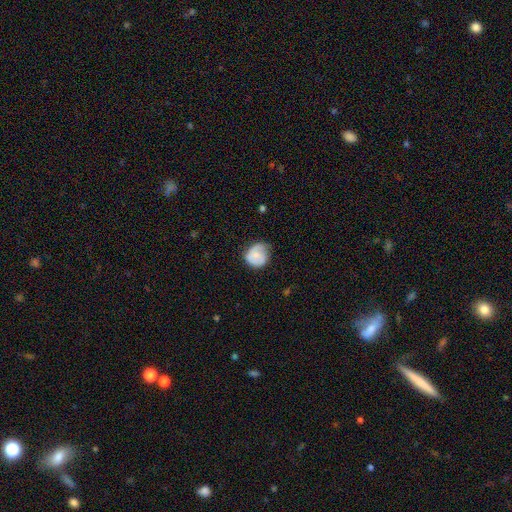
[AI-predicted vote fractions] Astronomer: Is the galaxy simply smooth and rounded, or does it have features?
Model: smooth — 54% (runner-up: featured or disk, 39%).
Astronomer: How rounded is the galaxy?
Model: round — 74%.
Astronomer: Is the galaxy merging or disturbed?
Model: none — 51% (runner-up: minor disturbance, 35%).